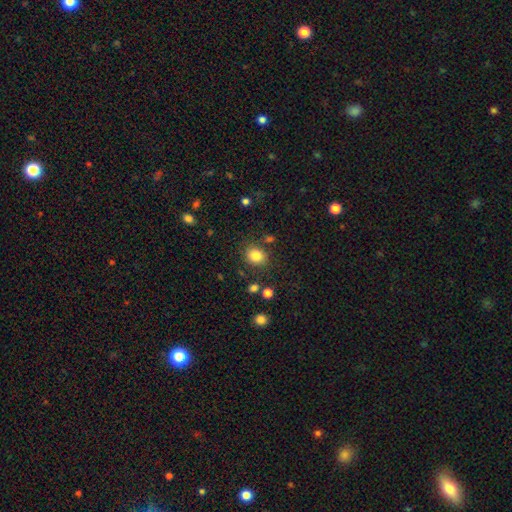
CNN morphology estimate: The model was most divided on "how rounded": round: 62%, in between: 37%, cigar-shaped: 1%. More confident: smooth or featured — smooth (83%); merging — none (82%).